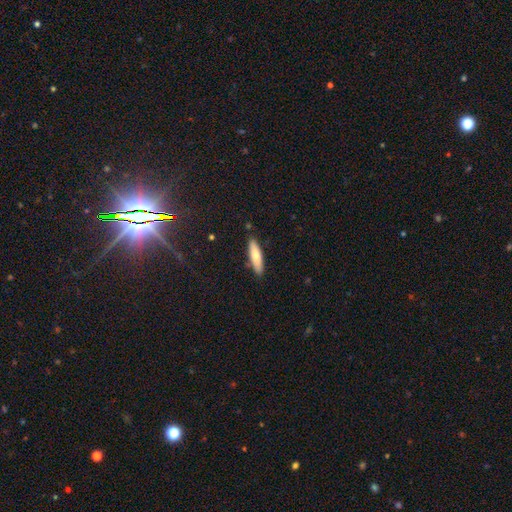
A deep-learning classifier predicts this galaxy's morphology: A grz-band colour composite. It shows a smooth galaxy with no disk features (73%) that is cigar-shaped (71%). Merging: none (85%).